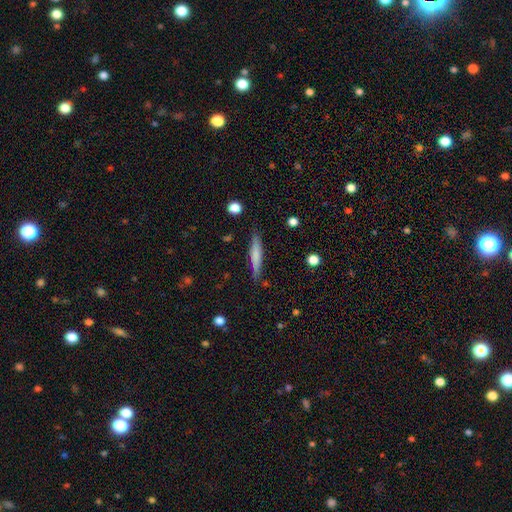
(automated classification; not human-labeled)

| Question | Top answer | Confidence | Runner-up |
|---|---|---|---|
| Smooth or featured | smooth | 64% | featured or disk (30%) |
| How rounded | cigar-shaped | 91% | in between (7%) |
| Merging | none | 85% | minor disturbance (11%) |